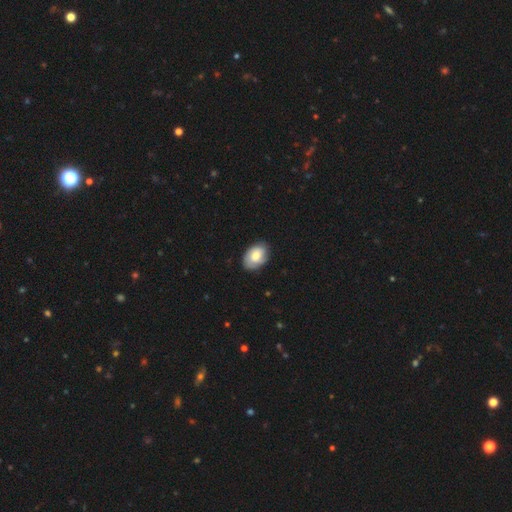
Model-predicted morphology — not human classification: The model was most divided on "smooth or featured": smooth: 66%, featured or disk: 27%, star or artifact: 7%. More confident: how rounded — in between (84%); merging — none (77%).